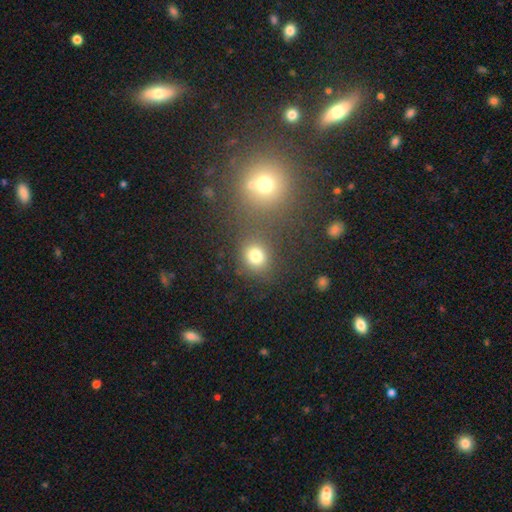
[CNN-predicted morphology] Smooth or featured? smooth (78%)
How rounded? round (74%)
Merging? none (72%)